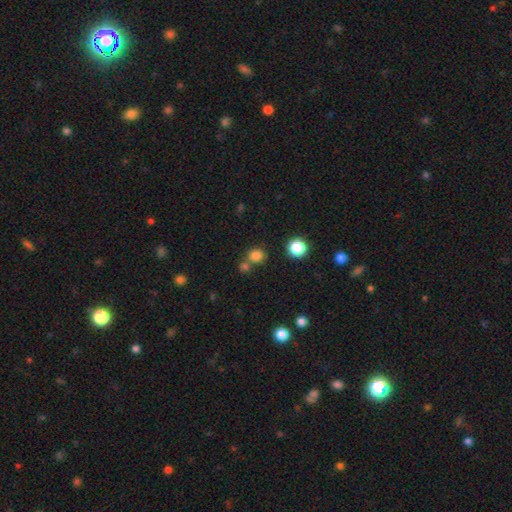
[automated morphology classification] Smooth or featured: smooth — 78% (star or artifact — 17%)
How rounded: round — 83% (in between — 16%)
Merging: none — 62% (merger — 26%)